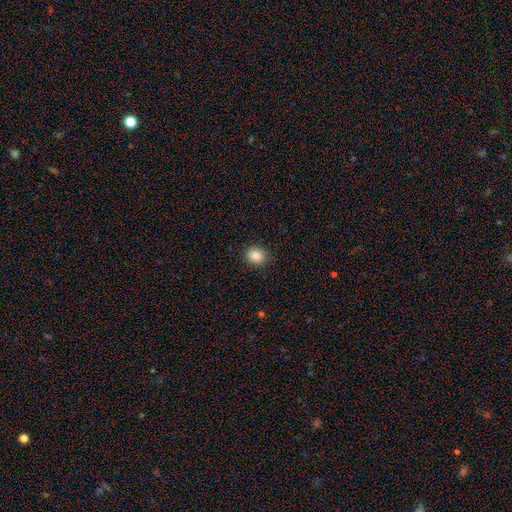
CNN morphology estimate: Overall: smooth (87%). How rounded: round (70%). Merging: none (90%).